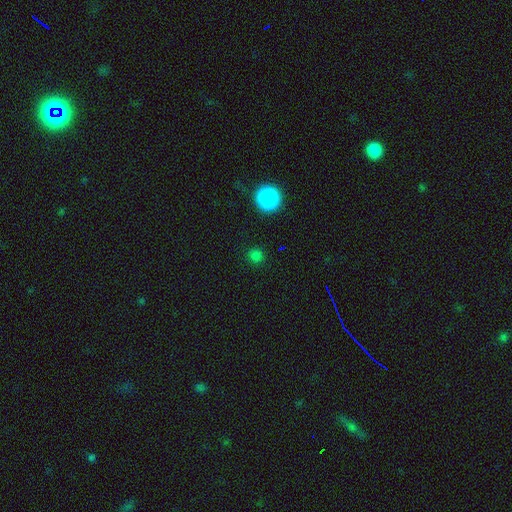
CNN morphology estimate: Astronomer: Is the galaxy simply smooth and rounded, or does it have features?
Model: smooth — 73%.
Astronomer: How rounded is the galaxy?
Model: round — 93%.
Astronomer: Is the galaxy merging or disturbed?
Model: none — 90%.